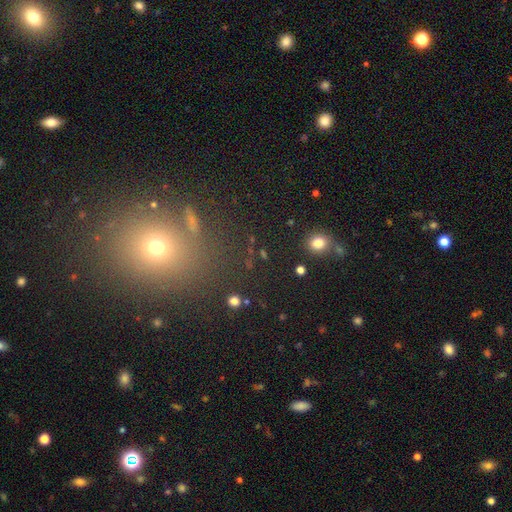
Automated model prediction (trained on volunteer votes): A smooth galaxy with no disk features (51%) that is round (65%). Merging: none (82%).